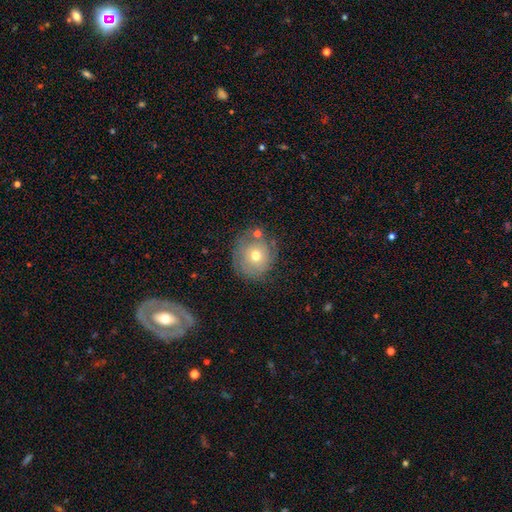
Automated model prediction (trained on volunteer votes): A smooth galaxy with no disk features (57%) that is round (86%). Merging: none (68%).